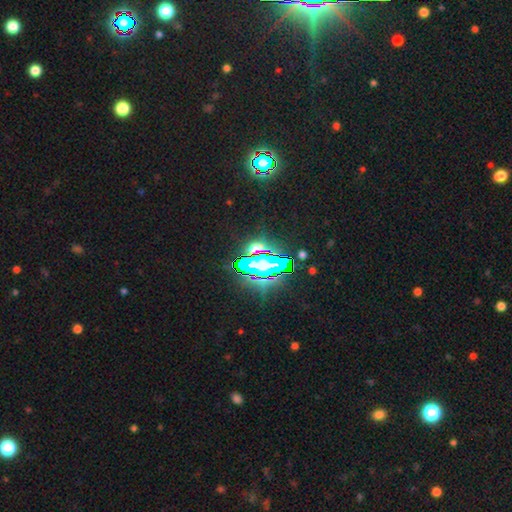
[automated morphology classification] Overall: star or artifact (69%).